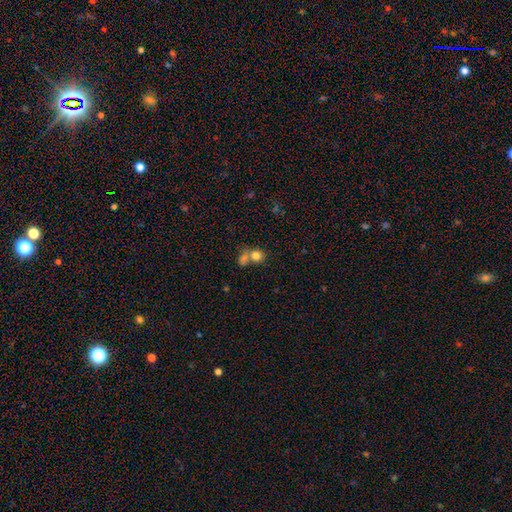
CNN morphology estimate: Q: Smooth or featured?
A: smooth (80%); runner-up: star or artifact (11%)
Q: How rounded?
A: round (75%); runner-up: in between (24%)
Q: Merging?
A: merger (50%); runner-up: none (38%)